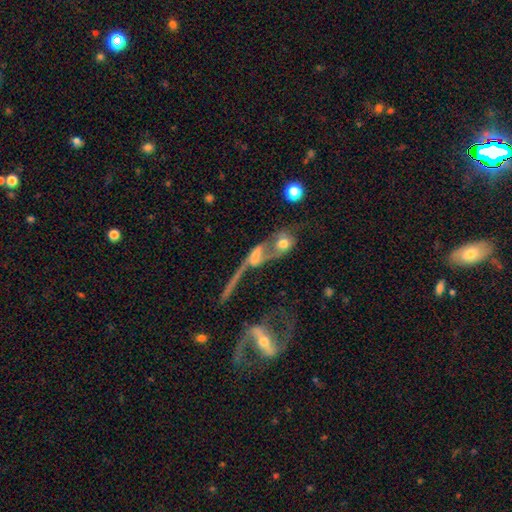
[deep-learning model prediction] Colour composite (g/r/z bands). It shows a featured or disk galaxy (67%) with no bar (53%), spiral arms (62%) and a moderate central bulge (39%). Merging: merger (57%).